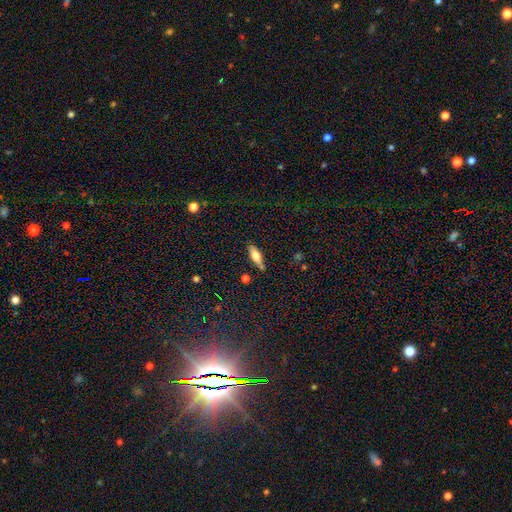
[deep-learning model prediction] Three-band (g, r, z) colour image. It shows a smooth galaxy with no disk features (60%) that is in between round and cigar-shaped (53%). Merging: none (75%).